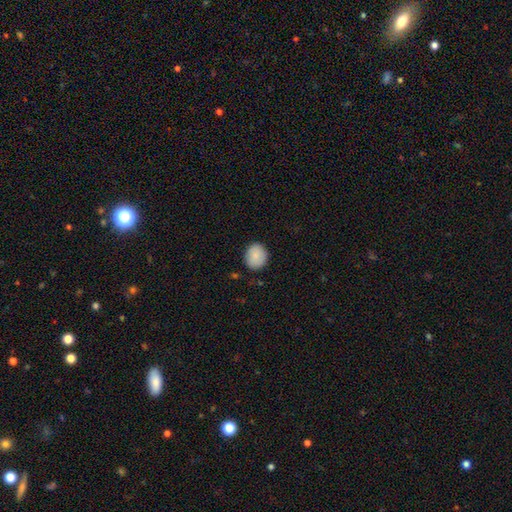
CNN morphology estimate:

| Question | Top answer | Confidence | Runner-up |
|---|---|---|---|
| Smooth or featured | smooth | 86% | star or artifact (7%) |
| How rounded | round | 67% | in between (32%) |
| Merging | none | 83% | minor disturbance (13%) |